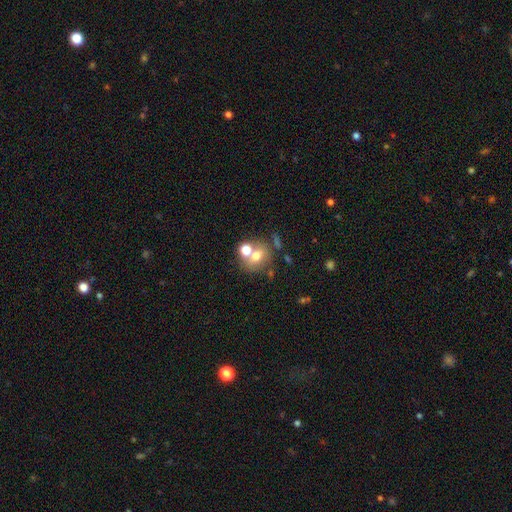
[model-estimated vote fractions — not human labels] smooth 67%, featured or disk 20%, star or artifact 13%. Down the decision tree: how rounded — round (66%); merging — none (50%).